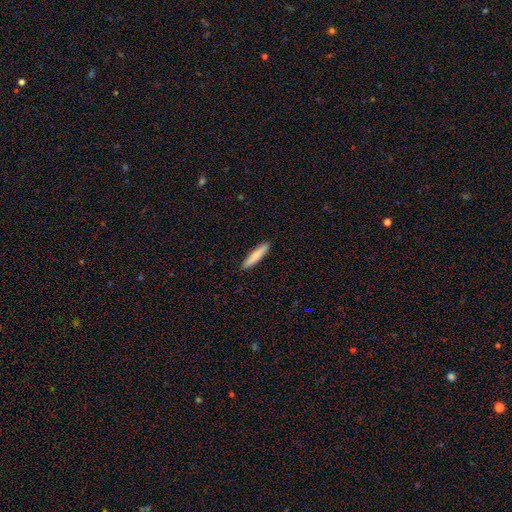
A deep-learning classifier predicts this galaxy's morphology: Overall: smooth (80%). How rounded: cigar-shaped (89%). Merging: none (92%).